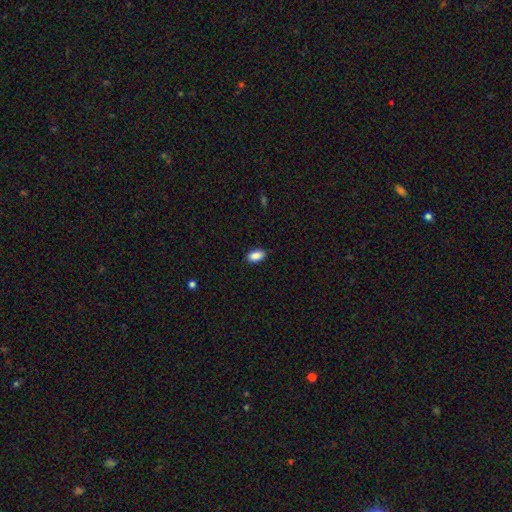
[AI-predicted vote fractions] Smooth or featured? Predicted: smooth (p=0.89). How rounded? Predicted: in between (p=0.92). Merging? Predicted: none (p=0.88).